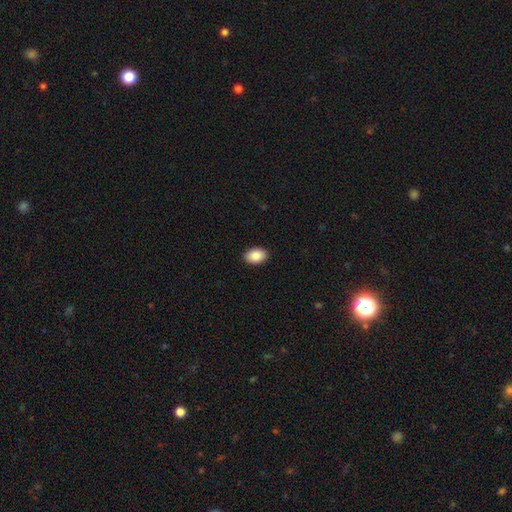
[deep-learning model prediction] smooth 89%, star or artifact 7%, featured or disk 4%. Down the decision tree: how rounded — in between (88%); merging — none (91%).